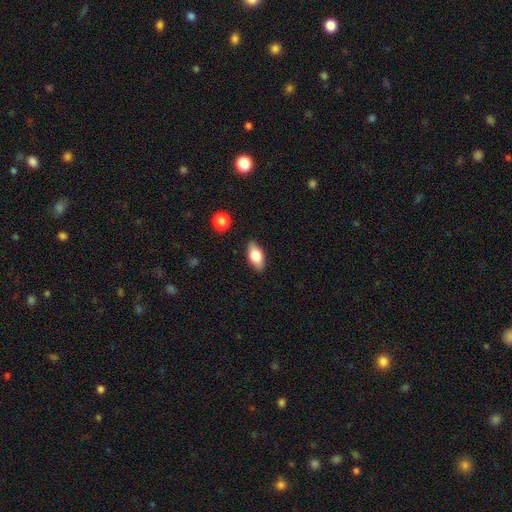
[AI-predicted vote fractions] smooth_or_featured: smooth (p=0.75) [alt: featured or disk p=0.17]
how_rounded: in between (p=0.87) [alt: cigar-shaped p=0.08]
merging: none (p=0.86) [alt: minor disturbance p=0.10]